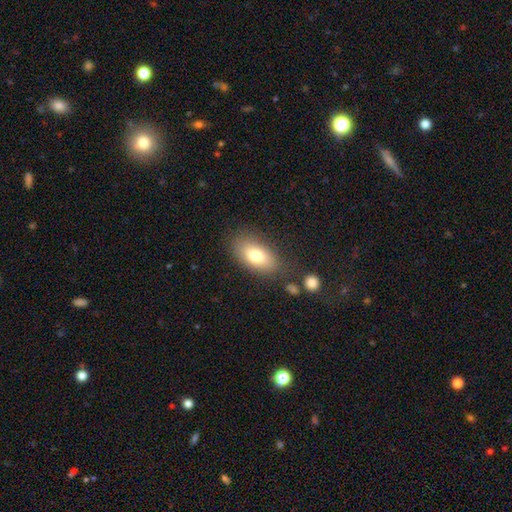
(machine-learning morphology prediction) Q: Smooth or featured?
A: smooth (76%); runner-up: featured or disk (15%)
Q: How rounded?
A: in between (90%); runner-up: round (7%)
Q: Merging?
A: none (77%); runner-up: minor disturbance (14%)